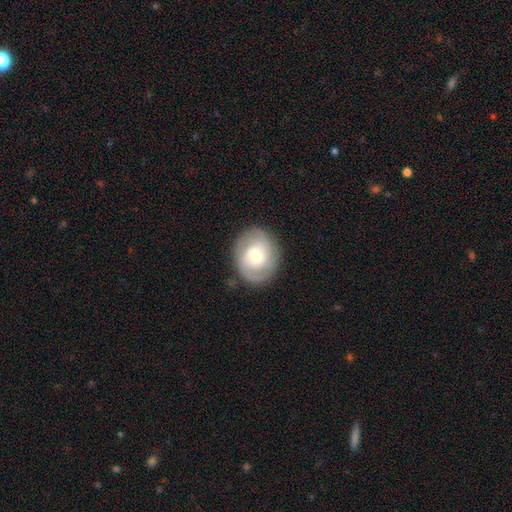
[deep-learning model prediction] This appears to be a featured or disk galaxy (63%) with a weak bar (47%), 2 (55%) tight (53%) spiral arms (84%) and a moderate central bulge (61%). Merging: none (80%).